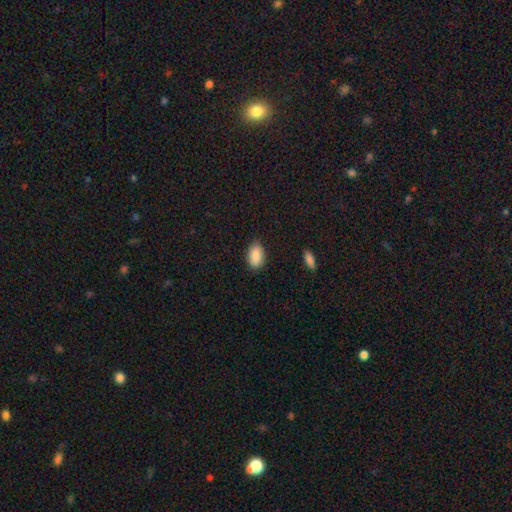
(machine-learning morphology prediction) Smooth or featured? smooth (88%)
How rounded? in between (91%)
Merging? none (84%)